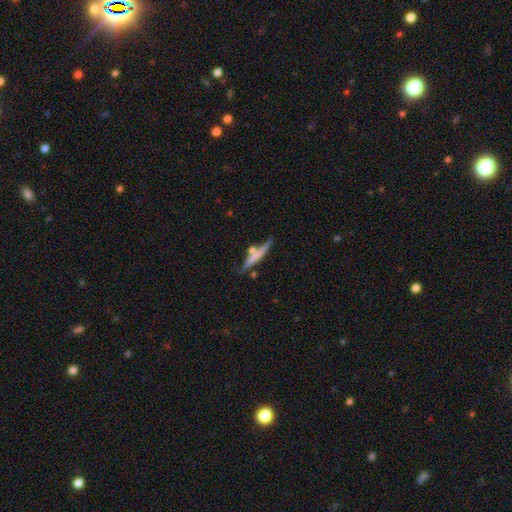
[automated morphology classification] Smooth or featured?
  - smooth: 53% *
  - featured or disk: 40%
  - star or artifact: 6%
How rounded?
  - cigar-shaped: 92% *
  - in between: 5%
  - round: 2%
Merging?
  - none: 61% *
  - merger: 20%
  - minor disturbance: 14%
  - major disturbance: 4%